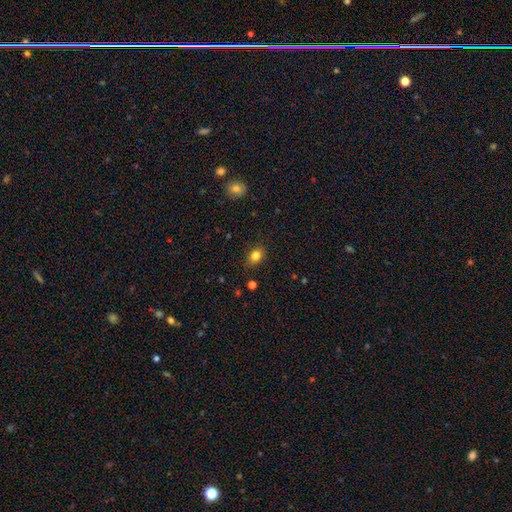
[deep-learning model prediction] Q: Smooth or featured?
A: smooth (82%); runner-up: star or artifact (11%)
Q: How rounded?
A: in between (68%); runner-up: round (30%)
Q: Merging?
A: none (84%); runner-up: minor disturbance (13%)